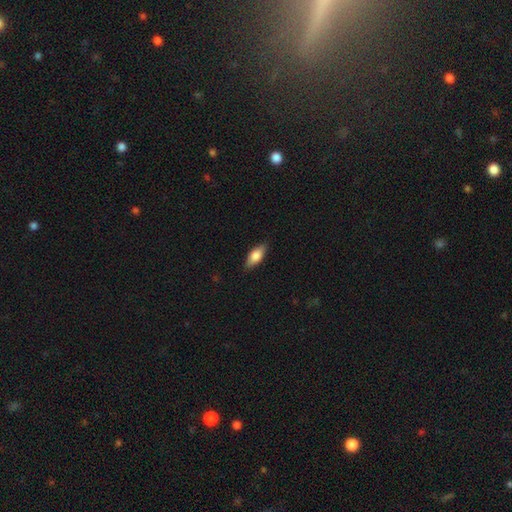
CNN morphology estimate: type=smooth (75%); roundness=in between (82%); merging=none (86%).